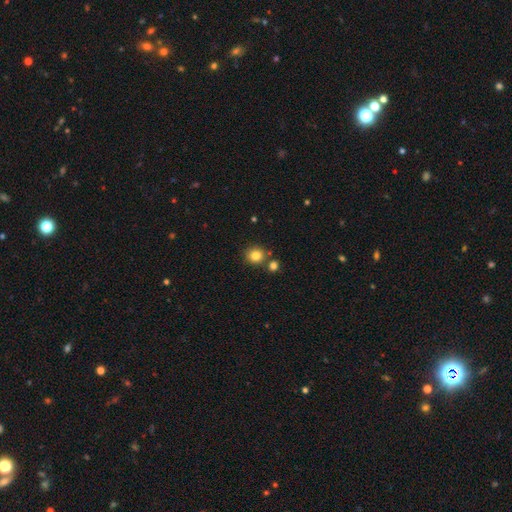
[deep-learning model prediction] Smooth or featured? Predicted: smooth (p=0.82). How rounded? Predicted: round (p=0.89). Merging? Predicted: none (p=0.75).